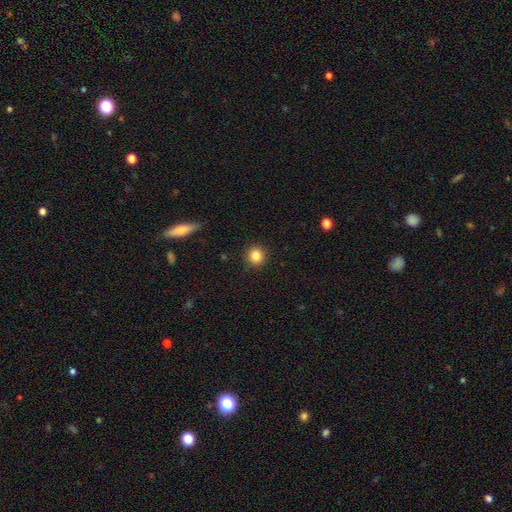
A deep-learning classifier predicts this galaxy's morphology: A smooth galaxy with no disk features (85%) that is round (92%). Merging: none (91%).